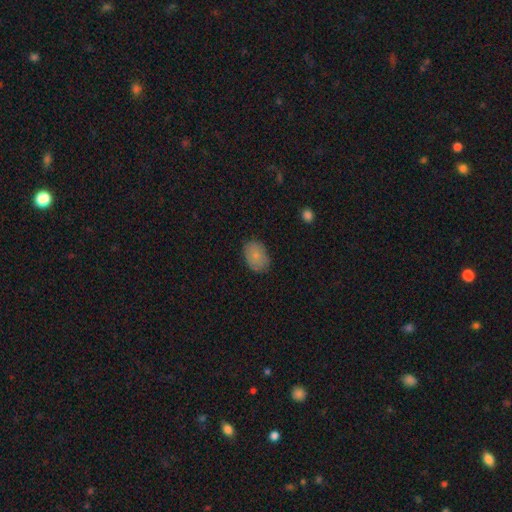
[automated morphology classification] Overall: smooth (83%). How rounded: in between (81%). Merging: none (83%).